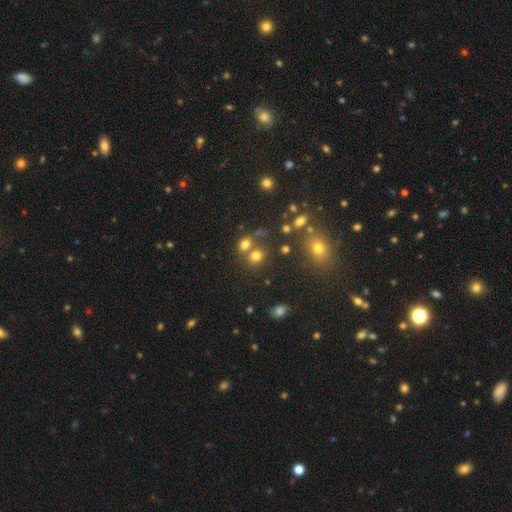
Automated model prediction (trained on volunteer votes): Overall: smooth (73%). How rounded: round (61%; in between 38%). Merging: none (55%; merger 31%).